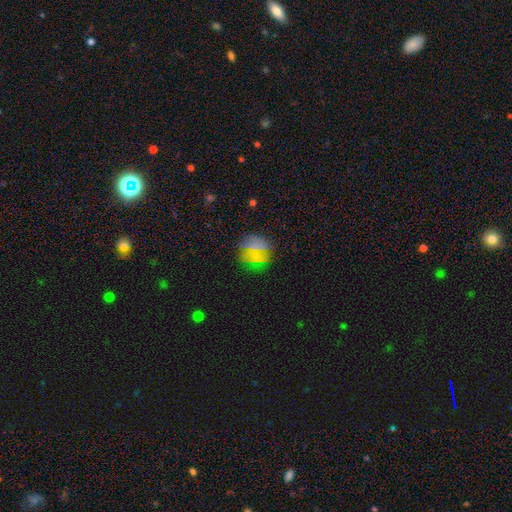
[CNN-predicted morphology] smooth-or-featured: smooth: 57% | star or artifact: 28% | featured or disk: 14%
  how-rounded: round: 87% | in between: 12% | cigar-shaped: 2%
  merging: none: 79% | minor disturbance: 13% | major disturbance: 5% | merger: 3%